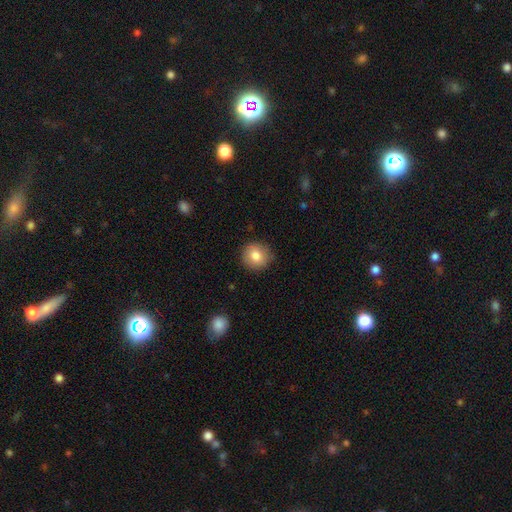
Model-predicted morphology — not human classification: A smooth galaxy with no disk features (83%) that is round (92%). Merging: none (88%).